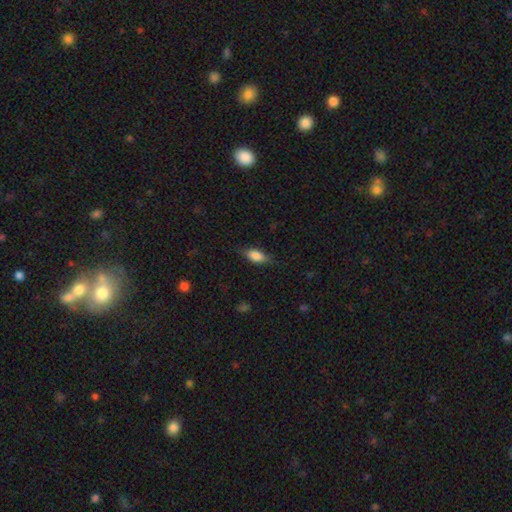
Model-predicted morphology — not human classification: Q: Smooth or featured?
A: smooth (81%); runner-up: featured or disk (12%)
Q: How rounded?
A: in between (82%); runner-up: cigar-shaped (15%)
Q: Merging?
A: none (77%); runner-up: minor disturbance (18%)